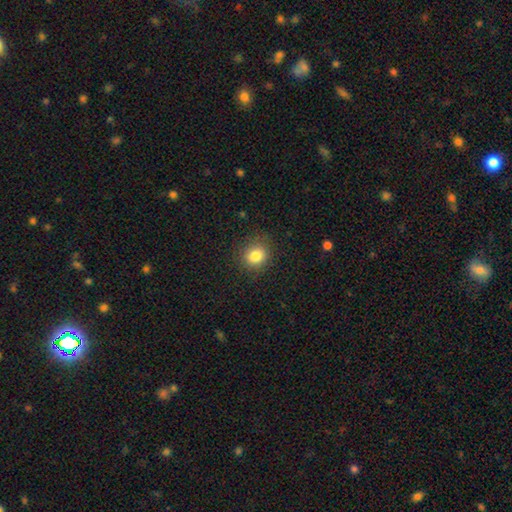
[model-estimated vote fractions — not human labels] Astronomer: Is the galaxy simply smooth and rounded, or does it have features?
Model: smooth — 82%.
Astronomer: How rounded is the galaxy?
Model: round — 78%.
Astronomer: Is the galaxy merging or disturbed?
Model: none — 86%.